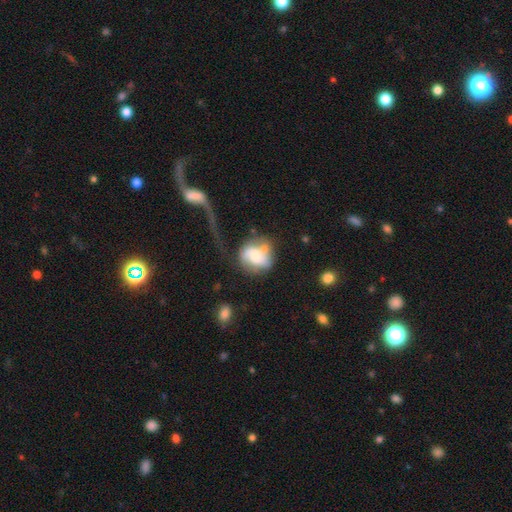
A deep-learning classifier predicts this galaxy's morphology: smooth-or-featured: featured or disk: 60% | smooth: 32% | star or artifact: 8%
  disk-edge-on: no: 97% | yes: 3%
    bar: no: 61% | weak: 31% | strong: 8%
    has-spiral-arms: yes: 84% | no: 16%
    bulge-size: moderate: 44% | small: 28% | large: 17% | none: 8% | dominant: 3%
  merging: none: 44% | major disturbance: 24% | minor disturbance: 21% | merger: 11%